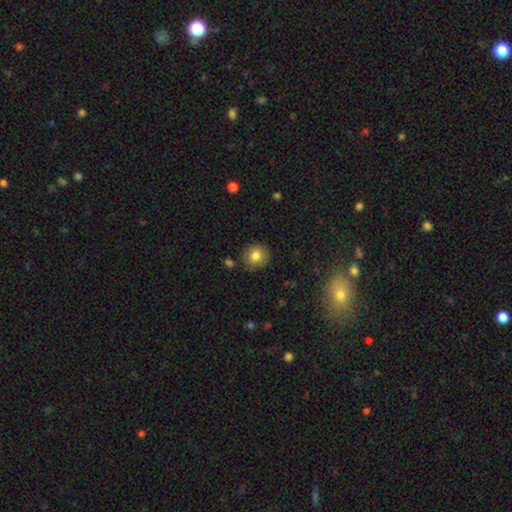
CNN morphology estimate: This appears to be a smooth galaxy with no disk features (81%) that is round (86%). Merging: none (84%).